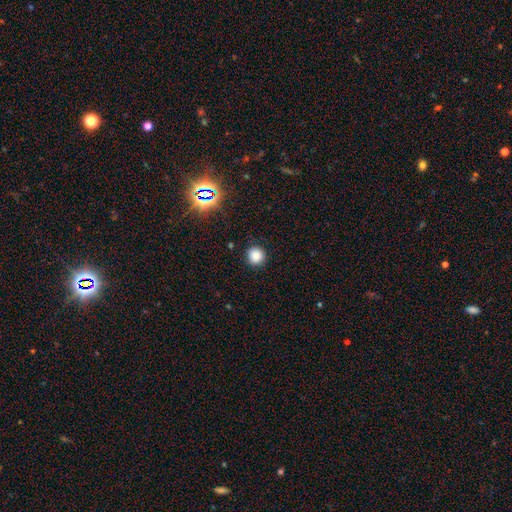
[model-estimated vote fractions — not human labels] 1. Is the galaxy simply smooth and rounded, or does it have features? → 81% smooth, 14% star or artifact, 5% featured or disk.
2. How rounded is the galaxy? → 93% round, 6% in between, 1% cigar-shaped.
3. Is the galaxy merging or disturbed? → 90% none, 7% minor disturbance, 2% major disturbance, 1% merger.